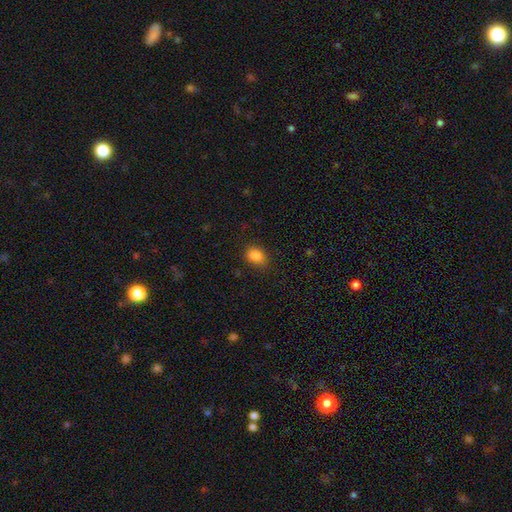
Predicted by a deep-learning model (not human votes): smooth-or-featured: smooth: 85% | star or artifact: 10% | featured or disk: 5%
  how-rounded: in between: 65% | round: 34% | cigar-shaped: 1%
  merging: none: 79% | minor disturbance: 16% | major disturbance: 4% | merger: 2%